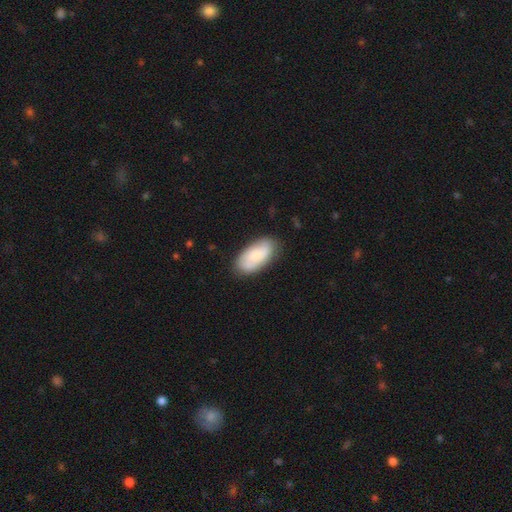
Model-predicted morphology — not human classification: Overall: smooth (73%). How rounded: in between (93%). Merging: none (79%).